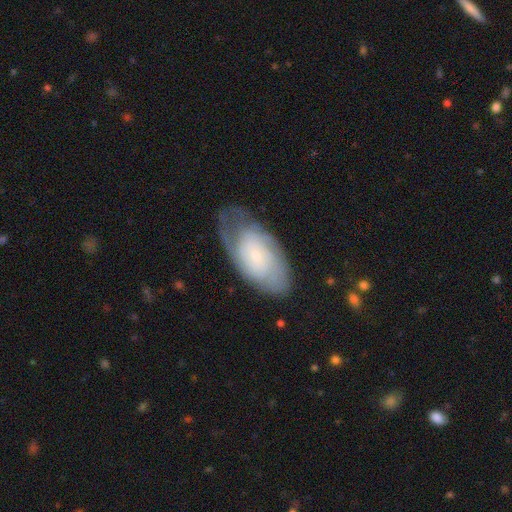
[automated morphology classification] Smooth or featured? featured or disk (67%)
Edge-on disk? no (94%)
Bar? no (74%)
Spiral arms? yes (86%)
Spiral winding? tight (61%)
Spiral arm count? can't tell (51%)
Bulge size? small (79%)
Merging? none (62%)